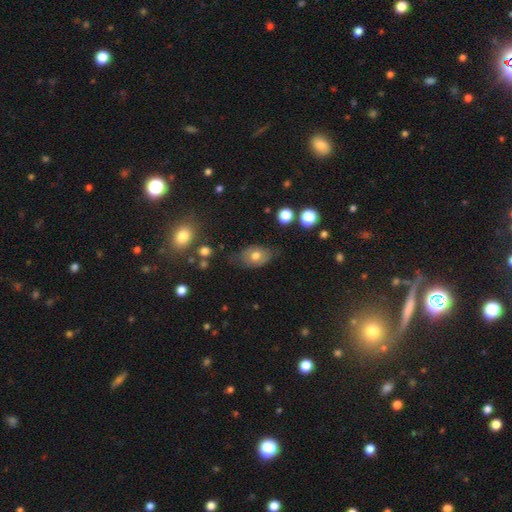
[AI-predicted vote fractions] Morphology: type=smooth (68%); roundness=in between (81%); merging=none (62%).